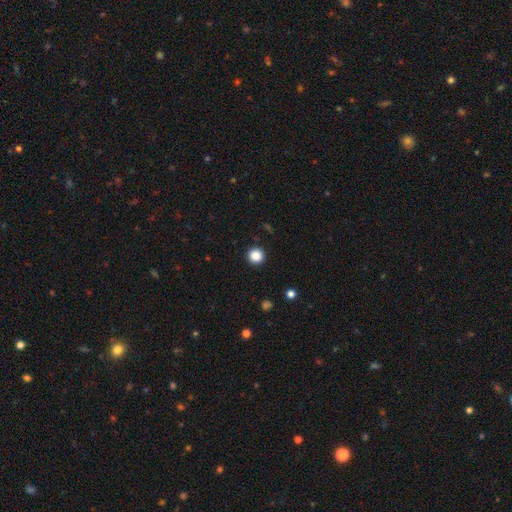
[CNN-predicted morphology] type=smooth (86%); roundness=round (95%); merging=none (93%).